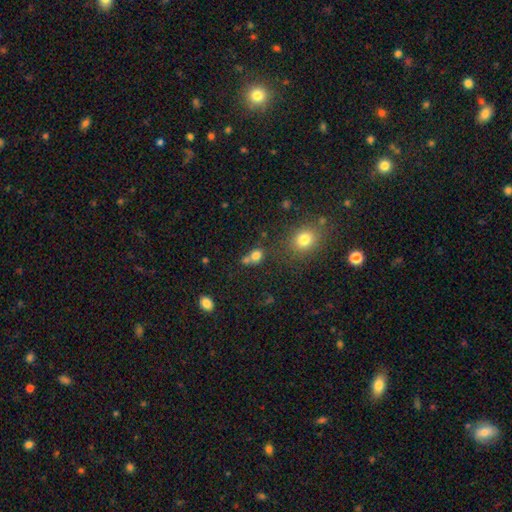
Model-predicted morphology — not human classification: Overall: smooth (76%). How rounded: round (61%; in between 38%). Merging: none (43%; merger 40%).